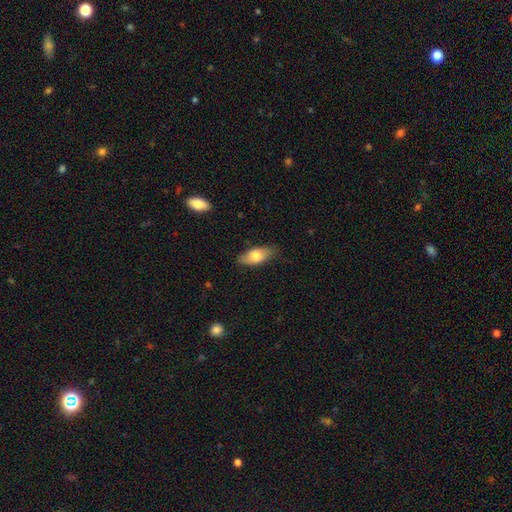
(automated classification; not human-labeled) smooth 76%, featured or disk 17%, star or artifact 6%. Down the decision tree: how rounded — in between (85%); merging — none (78%).